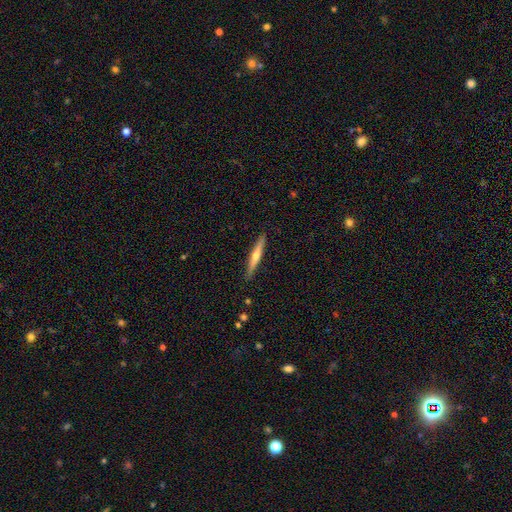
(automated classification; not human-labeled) smooth-or-featured: featured or disk: 57% | smooth: 37% | star or artifact: 6%
  disk-edge-on: yes: 96% | no: 4%
    edge-on-bulge: rounded: 85% | none: 12% | boxy: 3%
  merging: none: 89% | minor disturbance: 8% | major disturbance: 1% | merger: 1%